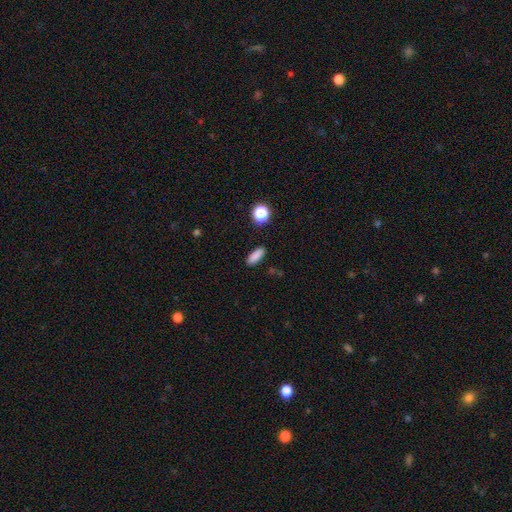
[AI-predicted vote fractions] The model was most divided on "how rounded": in between: 62%, cigar-shaped: 34%, round: 4%. More confident: merging — none (89%); smooth or featured — smooth (85%).